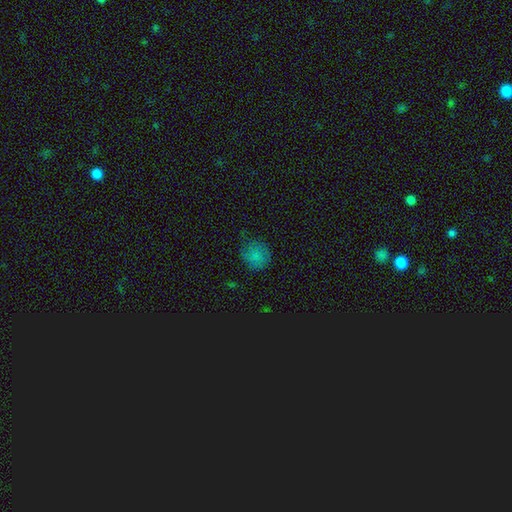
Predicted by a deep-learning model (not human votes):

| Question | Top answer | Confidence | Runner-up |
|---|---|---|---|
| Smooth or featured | smooth | 75% | star or artifact (15%) |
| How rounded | round | 84% | in between (15%) |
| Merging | none | 57% | minor disturbance (31%) |